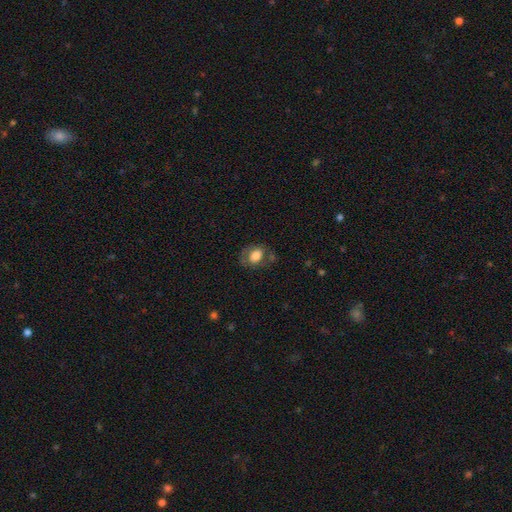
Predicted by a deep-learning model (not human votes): smooth-or-featured: smooth: 72% | featured or disk: 20% | star or artifact: 8%
  how-rounded: in between: 72% | round: 27% | cigar-shaped: 1%
  merging: none: 61% | minor disturbance: 23% | major disturbance: 12% | merger: 5%